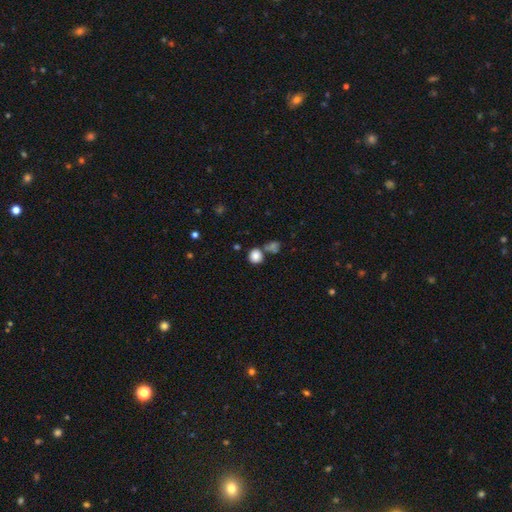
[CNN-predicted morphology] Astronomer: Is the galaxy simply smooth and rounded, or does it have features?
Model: smooth — 84%.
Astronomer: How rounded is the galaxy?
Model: round — 84%.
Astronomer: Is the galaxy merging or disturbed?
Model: none — 60%.